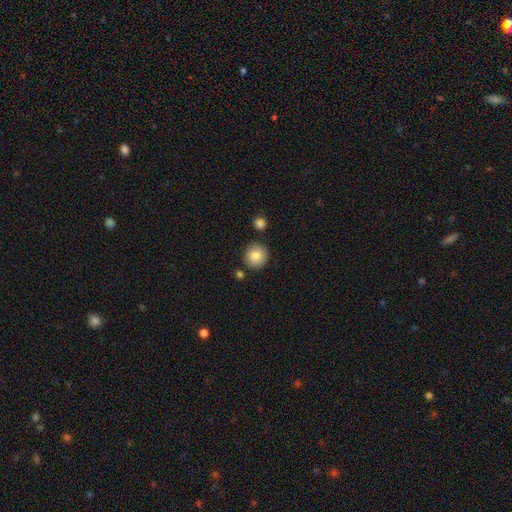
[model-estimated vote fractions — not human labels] smooth_or_featured: smooth (p=0.85) [alt: star or artifact p=0.08]
how_rounded: round (p=0.94) [alt: in between p=0.05]
merging: none (p=0.85) [alt: minor disturbance p=0.08]